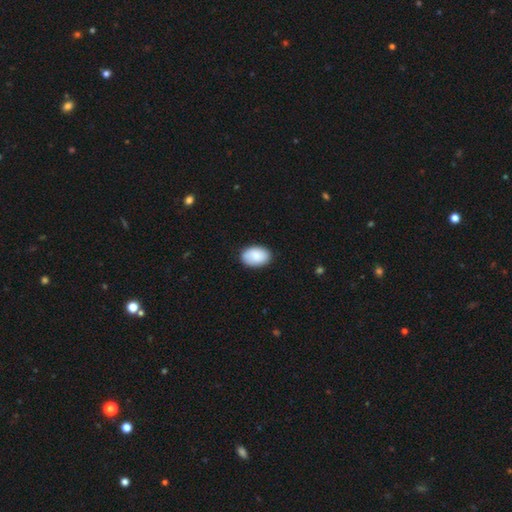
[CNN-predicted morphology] Overall: smooth (89%). How rounded: in between (89%). Merging: none (86%).